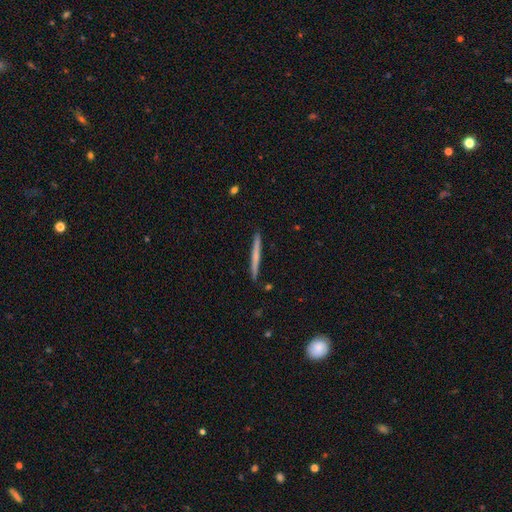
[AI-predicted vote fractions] A smooth galaxy with no disk features (56%) that is cigar-shaped (97%). Merging: none (91%).